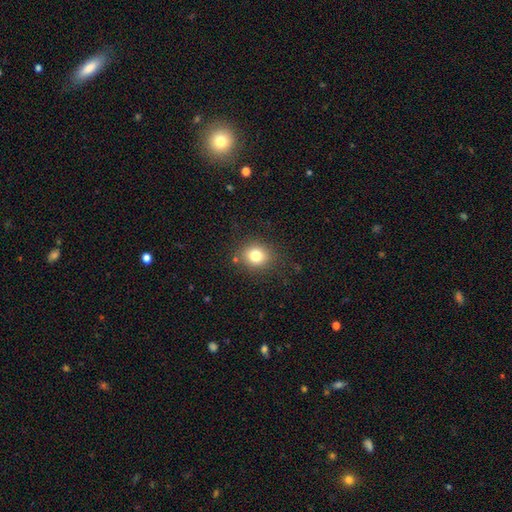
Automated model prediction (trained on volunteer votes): This appears to be a smooth galaxy with no disk features (79%) that is round (76%). Merging: none (84%).